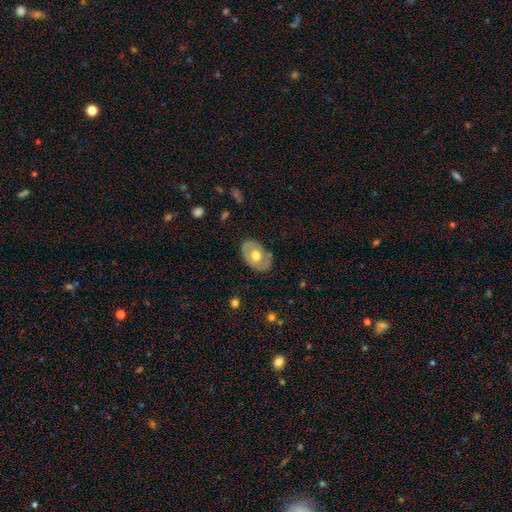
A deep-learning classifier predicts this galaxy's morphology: Smooth or featured? smooth (48%)
Merging? none (78%)